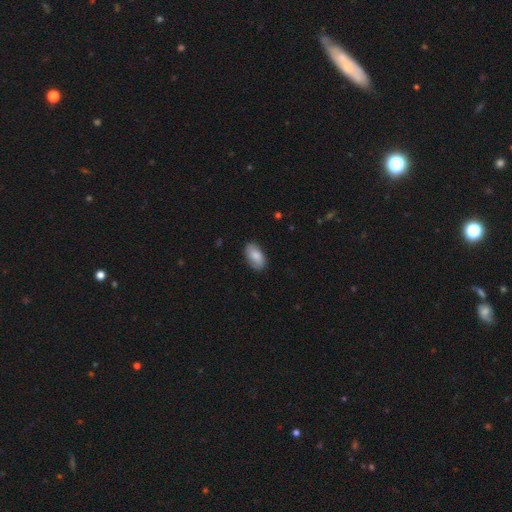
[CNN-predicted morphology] smooth 83%, featured or disk 11%, star or artifact 6%. Down the decision tree: how rounded — in between (94%); merging — none (83%).